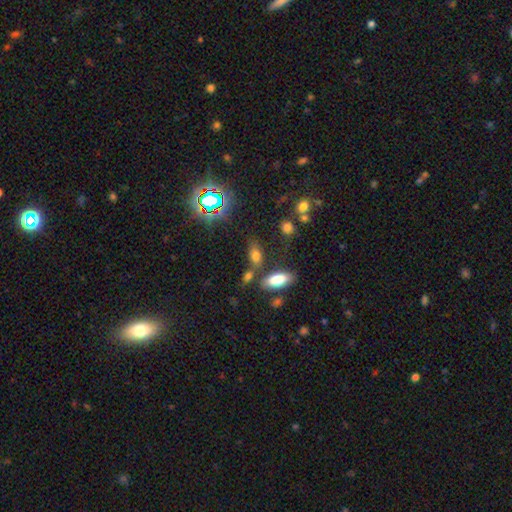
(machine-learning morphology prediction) Smooth or featured?
  - smooth: 70% *
  - star or artifact: 19%
  - featured or disk: 11%
How rounded?
  - in between: 79% *
  - cigar-shaped: 12%
  - round: 9%
Merging?
  - none: 63% *
  - merger: 17%
  - minor disturbance: 15%
  - major disturbance: 6%